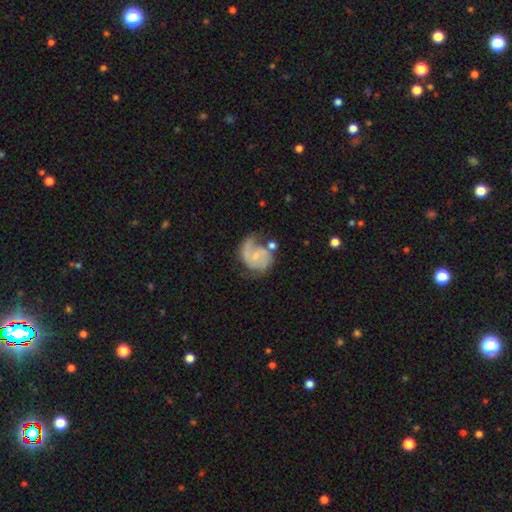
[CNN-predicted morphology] smooth_or_featured: featured or disk (p=0.80) [alt: smooth p=0.14]
disk_edge_on: no (p=0.98) [alt: yes p=0.02]
bar: no (p=0.58) [alt: weak p=0.36]
has_spiral_arms: yes (p=0.94) [alt: no p=0.06]
spiral_winding: medium (p=0.49) [alt: loose p=0.26]
spiral_arm_count: 2 (p=0.74) [alt: 1 p=0.11]
bulge_size: small (p=0.66) [alt: moderate p=0.20]
merging: none (p=0.50) [alt: minor disturbance p=0.24]